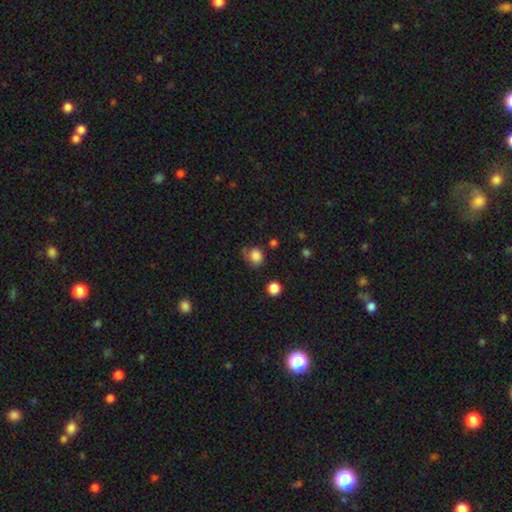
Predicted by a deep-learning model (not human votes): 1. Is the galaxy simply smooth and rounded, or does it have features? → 82% smooth, 10% star or artifact, 7% featured or disk.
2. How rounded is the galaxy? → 68% round, 31% in between, 1% cigar-shaped.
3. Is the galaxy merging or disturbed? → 53% none, 29% minor disturbance, 14% major disturbance, 4% merger.